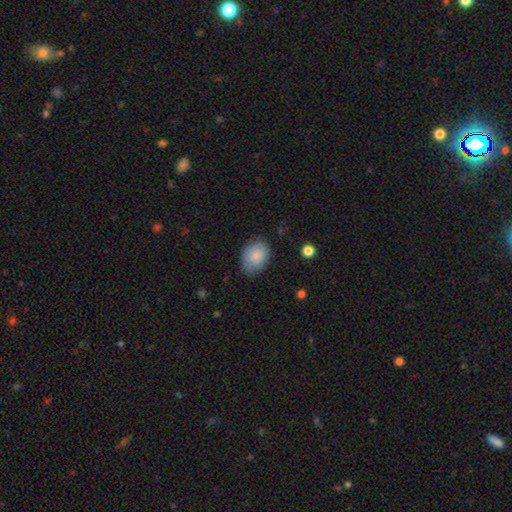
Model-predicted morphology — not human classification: type=smooth (85%); roundness=in between (72%); merging=none (76%).